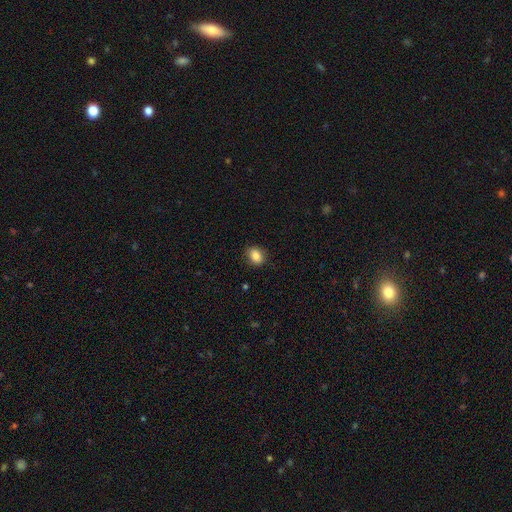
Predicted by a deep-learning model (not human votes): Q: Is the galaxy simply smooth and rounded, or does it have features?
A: smooth — 86%.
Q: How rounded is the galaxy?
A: in between — 64%.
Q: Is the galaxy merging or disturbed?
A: none — 86%.